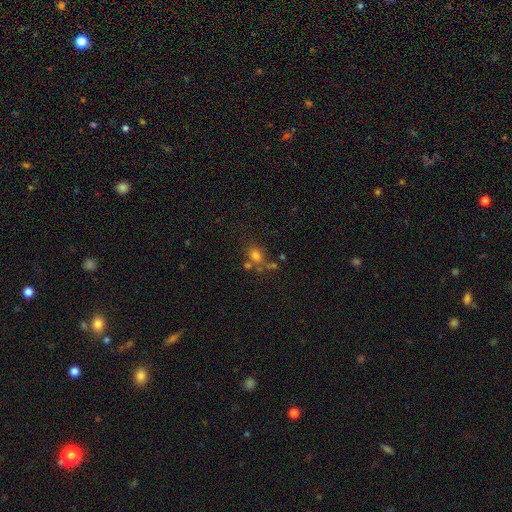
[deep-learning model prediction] Smooth or featured?
  - smooth: 72% *
  - star or artifact: 17%
  - featured or disk: 11%
How rounded?
  - round: 53% *
  - in between: 45%
  - cigar-shaped: 2%
Merging?
  - none: 53% *
  - merger: 23%
  - minor disturbance: 15%
  - major disturbance: 9%